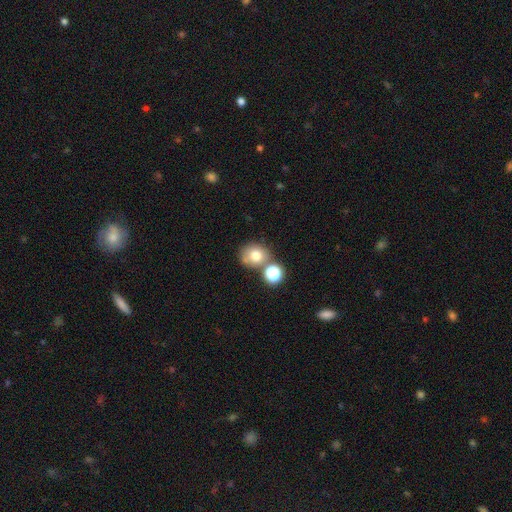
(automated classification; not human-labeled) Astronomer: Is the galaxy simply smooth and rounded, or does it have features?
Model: smooth — 73%.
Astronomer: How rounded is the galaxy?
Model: round — 74%.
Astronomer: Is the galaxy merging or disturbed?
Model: none — 55%.